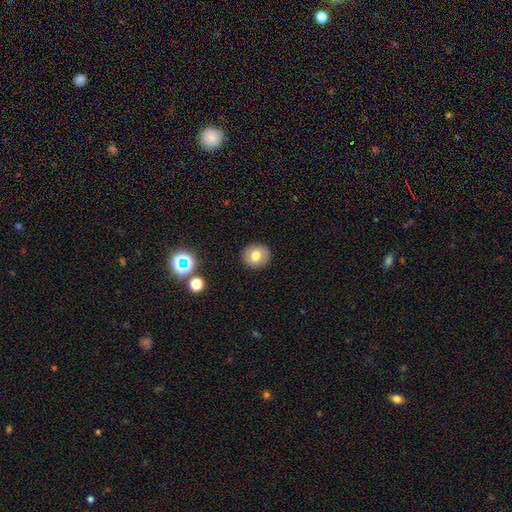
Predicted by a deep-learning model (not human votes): smooth 77%, featured or disk 12%, star or artifact 11%. Down the decision tree: how rounded — round (88%); merging — none (91%).